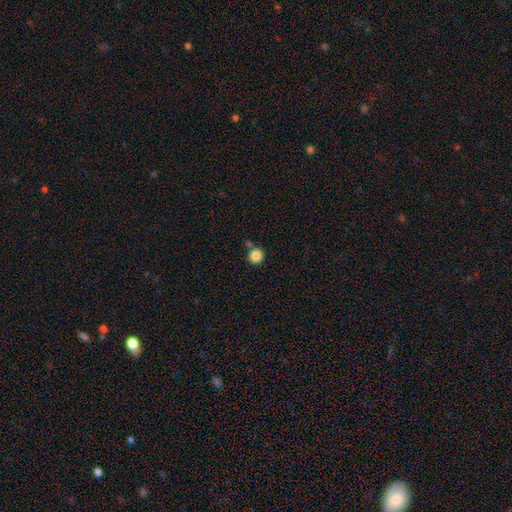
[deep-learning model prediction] Smooth or featured? Predicted: smooth (p=0.86). How rounded? Predicted: round (p=0.93). Merging? Predicted: none (p=0.75).